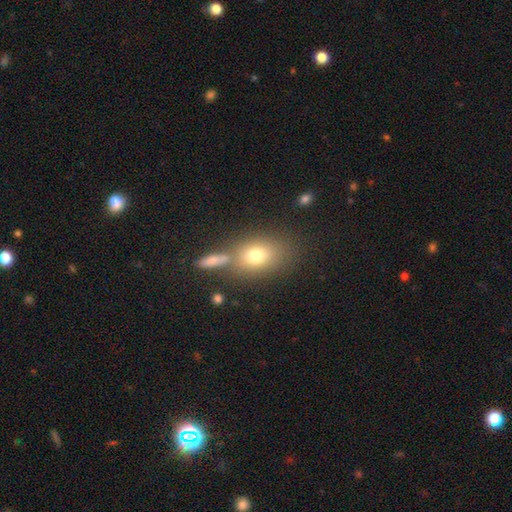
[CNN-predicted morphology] Smooth or featured? smooth (74%)
How rounded? in between (70%)
Merging? none (61%)